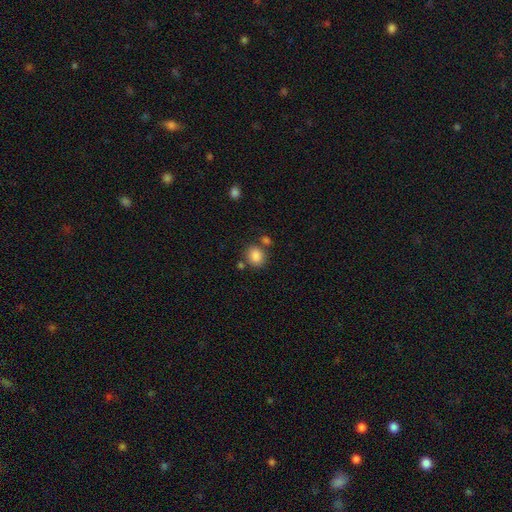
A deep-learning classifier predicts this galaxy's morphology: smooth-or-featured: smooth: 86% | star or artifact: 9% | featured or disk: 5%
  how-rounded: round: 61% | in between: 38% | cigar-shaped: 1%
  merging: none: 70% | minor disturbance: 13% | merger: 13% | major disturbance: 4%